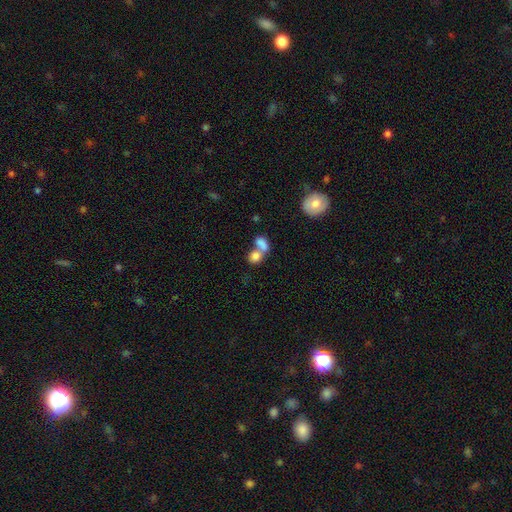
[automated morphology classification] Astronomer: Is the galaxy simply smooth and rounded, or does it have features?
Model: smooth — 80%.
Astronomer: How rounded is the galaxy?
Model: in between — 53% (runner-up: round, 45%).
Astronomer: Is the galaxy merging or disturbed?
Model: merger — 62%.